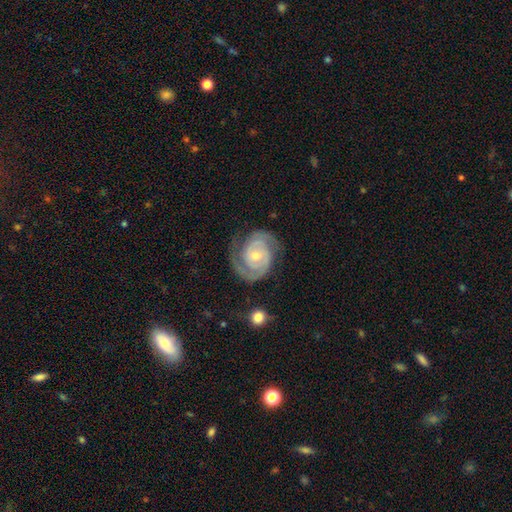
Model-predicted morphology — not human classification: This is clearly a featured or disk galaxy (91%). It is clearly not viewed edge-on (98%). Bar: likely no (69%). Spiral arm pattern: clearly yes (98%). Spiral arm count: clearly 2 (89%). Spiral winding: likely tight (68%). Central bulge: possibly small (52%). Merging: likely none (80%).